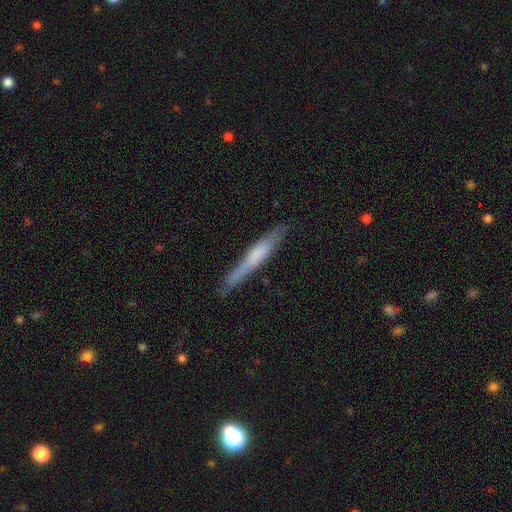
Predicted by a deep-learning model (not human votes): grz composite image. It shows a smooth galaxy with no disk features (48%). Merging: none (78%).